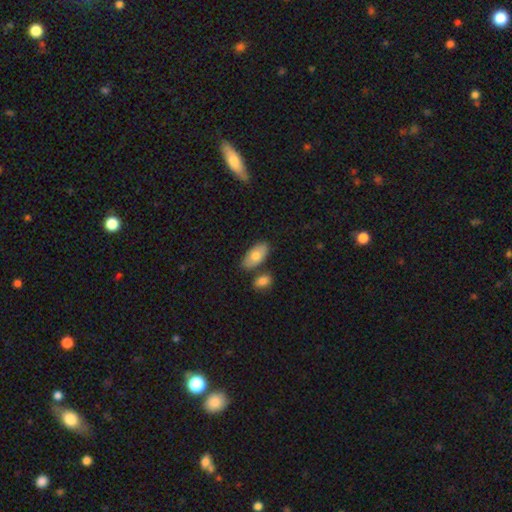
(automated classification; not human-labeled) Smooth or featured? Predicted: smooth (p=0.73). How rounded? Predicted: in between (p=0.93). Merging? Predicted: none (p=0.72).